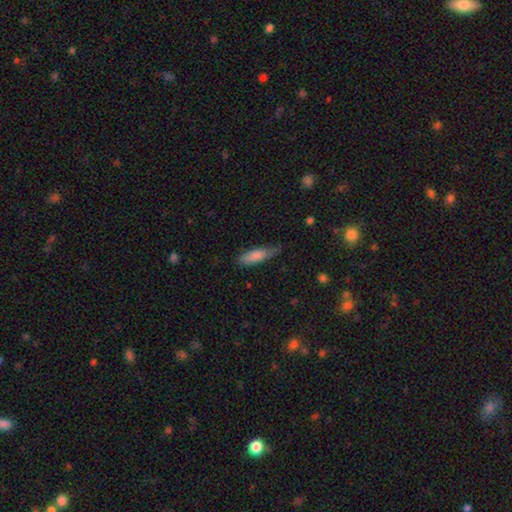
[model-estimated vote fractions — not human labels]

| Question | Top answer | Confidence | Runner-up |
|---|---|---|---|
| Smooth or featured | smooth | 82% | featured or disk (12%) |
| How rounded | in between | 50% | cigar-shaped (48%) |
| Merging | none | 59% | minor disturbance (32%) |